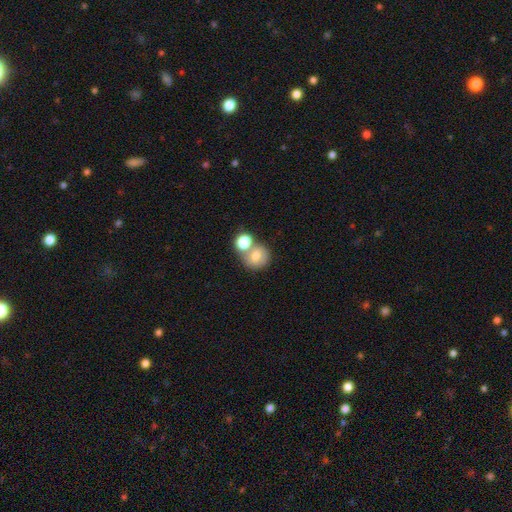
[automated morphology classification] smooth 73%, featured or disk 16%, star or artifact 11%. Down the decision tree: how rounded — round (79%); merging — merger (46%).